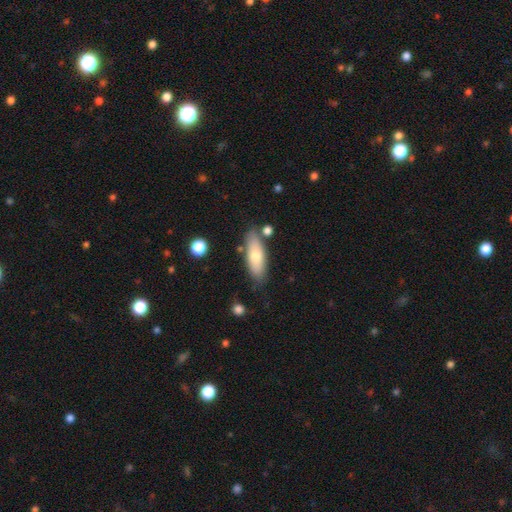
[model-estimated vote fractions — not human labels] The model was most divided on "how rounded": in between: 67%, cigar-shaped: 31%, round: 3%. More confident: merging — none (75%); smooth or featured — smooth (68%).